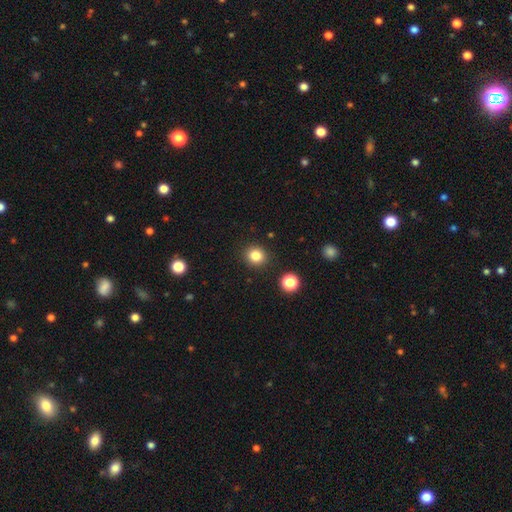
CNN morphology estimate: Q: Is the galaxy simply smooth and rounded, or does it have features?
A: smooth — 83%.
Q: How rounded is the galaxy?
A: round — 83%.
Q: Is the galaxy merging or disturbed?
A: none — 90%.